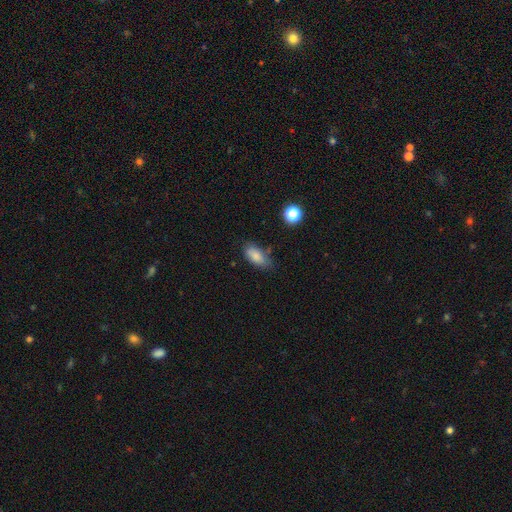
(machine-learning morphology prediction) A smooth galaxy with no disk features (83%) that is in between round and cigar-shaped (88%).

Vote fractions:
- Smooth or featured? smooth: 83% / featured or disk: 9% / star or artifact: 8%
- How rounded? in between: 88% / cigar-shaped: 8% / round: 4%
- Merging? none: 68% / minor disturbance: 24% / major disturbance: 5% / merger: 4%